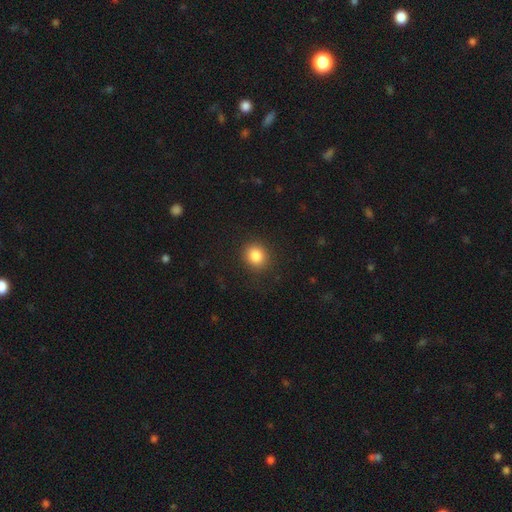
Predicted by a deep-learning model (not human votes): Q: Smooth or featured?
A: smooth (85%); runner-up: star or artifact (10%)
Q: How rounded?
A: round (79%); runner-up: in between (20%)
Q: Merging?
A: none (88%); runner-up: minor disturbance (8%)